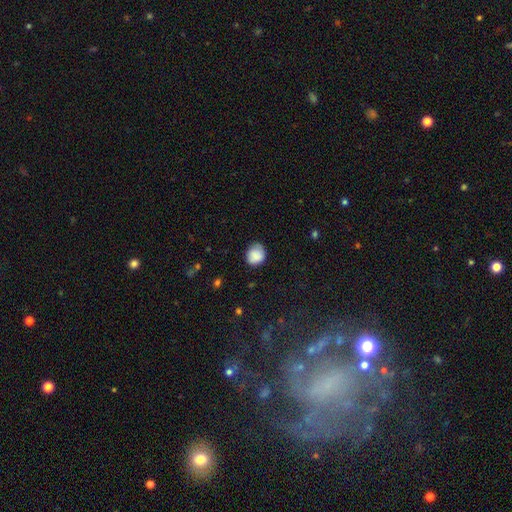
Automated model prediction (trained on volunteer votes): Morphology: type=smooth (84%); roundness=round (71%); merging=none (71%).